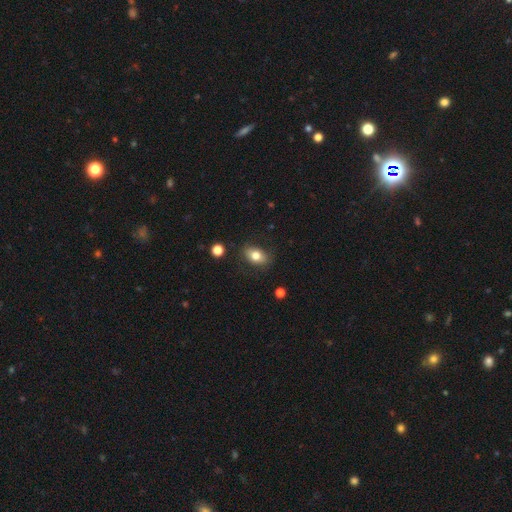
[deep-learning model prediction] The model was most divided on "how rounded": in between: 80%, round: 17%, cigar-shaped: 2%. More confident: merging — none (83%); smooth or featured — smooth (79%).